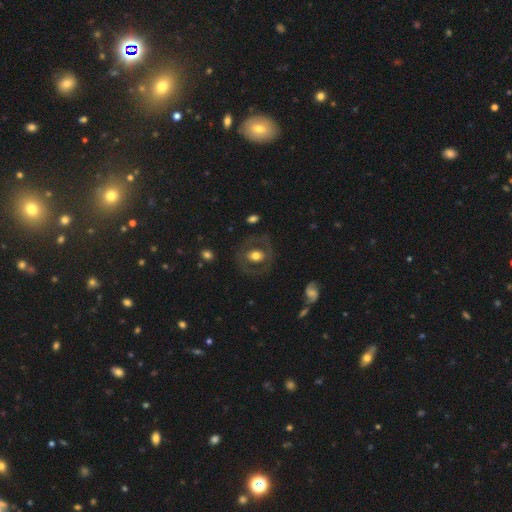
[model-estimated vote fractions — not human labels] Morphology: type=featured or disk (47%); merging=none (78%).